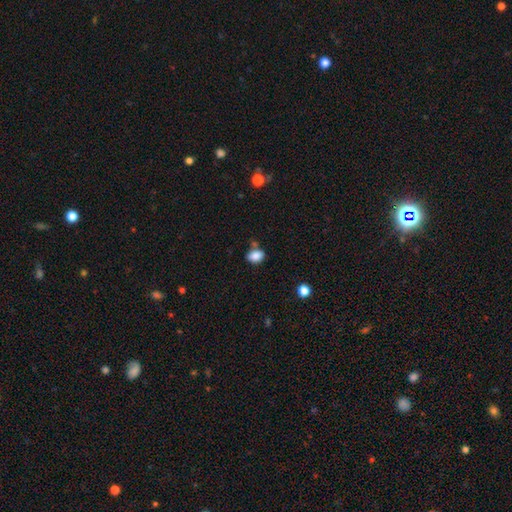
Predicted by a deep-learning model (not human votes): A smooth galaxy with no disk features (85%) that is in between round and cigar-shaped (71%). Merging: none (64%).